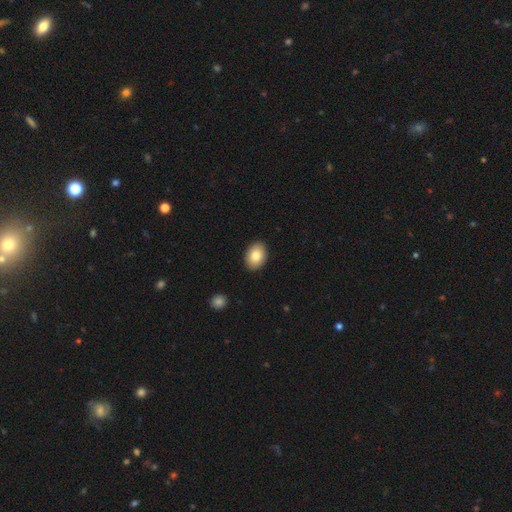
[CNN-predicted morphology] A smooth galaxy with no disk features (84%) that is in between round and cigar-shaped (81%). Merging: none (90%).